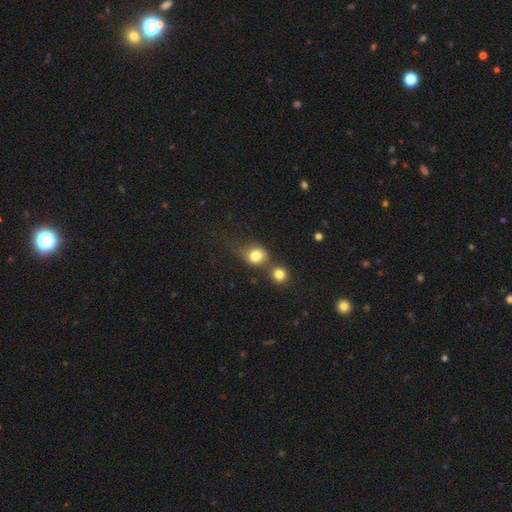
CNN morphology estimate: Smooth or featured?
  - smooth: 81% *
  - star or artifact: 10%
  - featured or disk: 9%
How rounded?
  - round: 70% *
  - in between: 29%
  - cigar-shaped: 1%
Merging?
  - none: 41% *
  - merger: 38%
  - minor disturbance: 14%
  - major disturbance: 7%